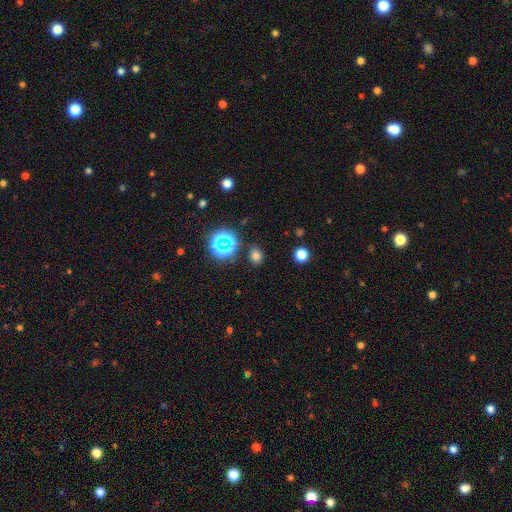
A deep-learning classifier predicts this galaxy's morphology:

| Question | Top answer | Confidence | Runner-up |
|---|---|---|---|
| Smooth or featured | smooth | 69% | star or artifact (25%) |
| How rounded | in between | 51% | round (47%) |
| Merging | none | 84% | minor disturbance (10%) |